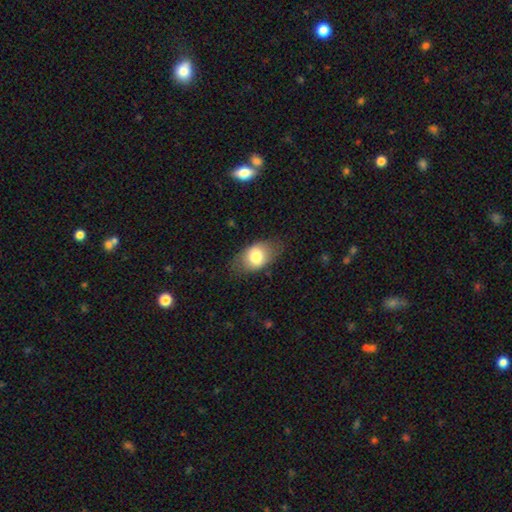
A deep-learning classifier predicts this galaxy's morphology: A smooth galaxy with no disk features (73%) that is in between round and cigar-shaped (82%). Merging: none (73%).